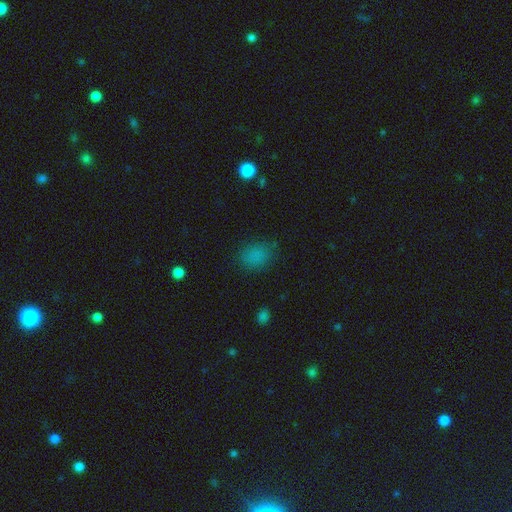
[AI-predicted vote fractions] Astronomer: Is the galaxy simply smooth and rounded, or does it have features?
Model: smooth — 80%.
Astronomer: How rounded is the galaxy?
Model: in between — 62%.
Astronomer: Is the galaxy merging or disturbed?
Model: none — 78%.